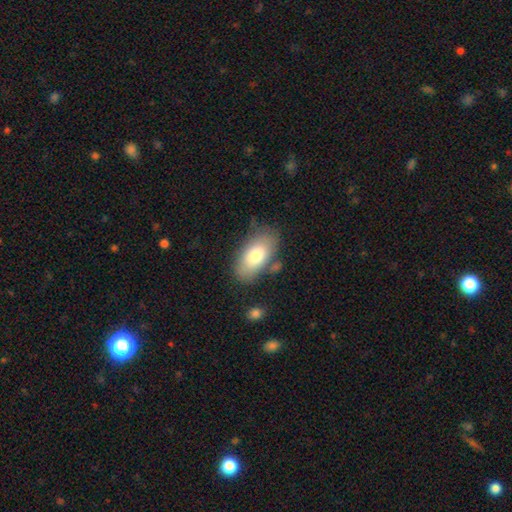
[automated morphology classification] smooth 77%, featured or disk 16%, star or artifact 6%. Down the decision tree: how rounded — in between (93%); merging — none (72%).